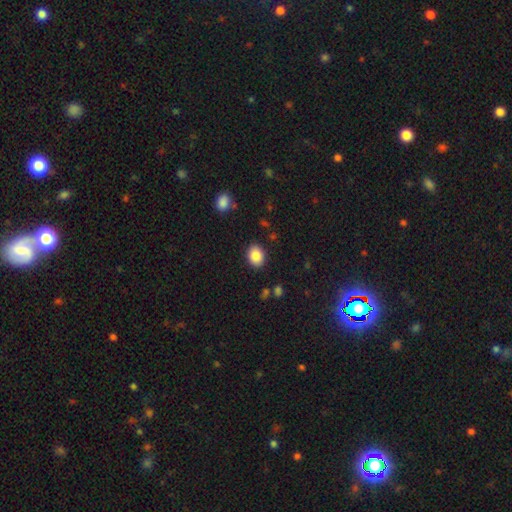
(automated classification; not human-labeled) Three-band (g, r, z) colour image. It shows a smooth galaxy with no disk features (86%) that is in between round and cigar-shaped (57%). Merging: none (88%).